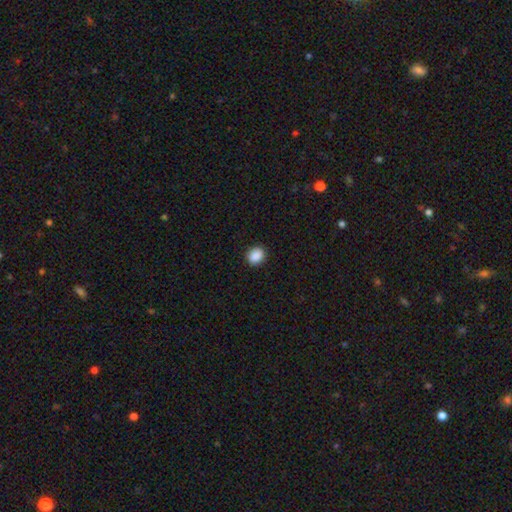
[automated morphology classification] Q: Smooth or featured?
A: smooth (89%); runner-up: star or artifact (8%)
Q: How rounded?
A: round (66%); runner-up: in between (33%)
Q: Merging?
A: none (90%); runner-up: minor disturbance (7%)